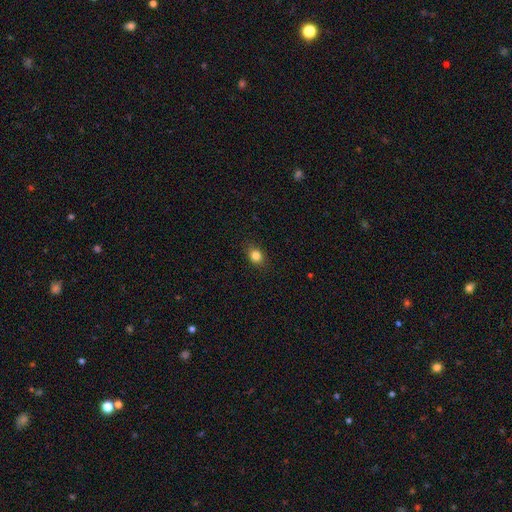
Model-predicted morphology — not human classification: Overall: smooth (83%). How rounded: round (56%; in between 43%). Merging: none (87%).